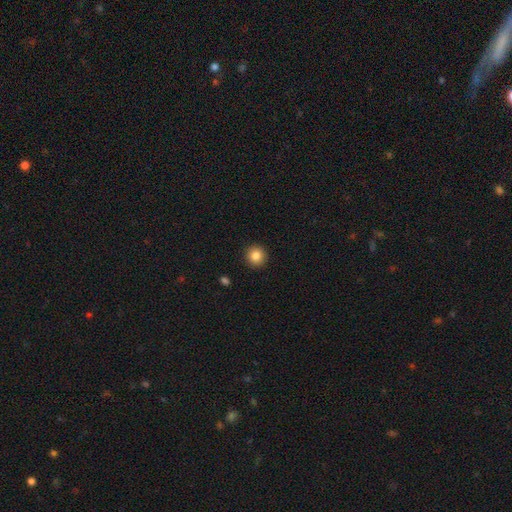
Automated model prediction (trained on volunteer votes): This is clearly a smooth galaxy (85%). How rounded: clearly round (94%). Merging: clearly none (93%).